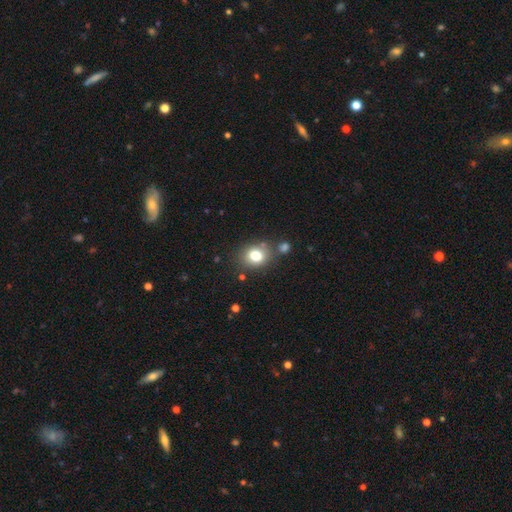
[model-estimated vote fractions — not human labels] A smooth galaxy with no disk features (78%) that is round (60%). Merging: none (75%).